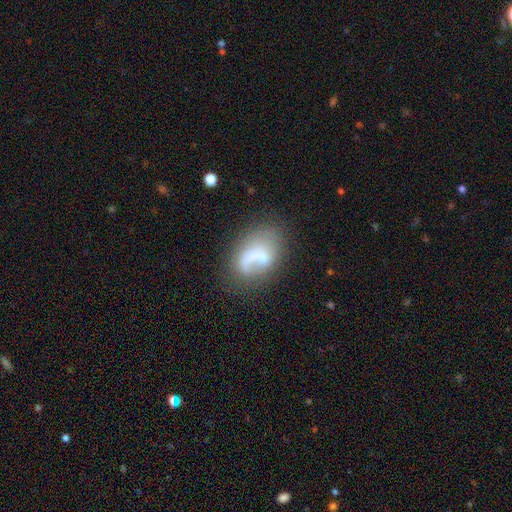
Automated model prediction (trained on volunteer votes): Smooth or featured? Predicted: smooth (p=0.49). Merging? Predicted: none (p=0.39).